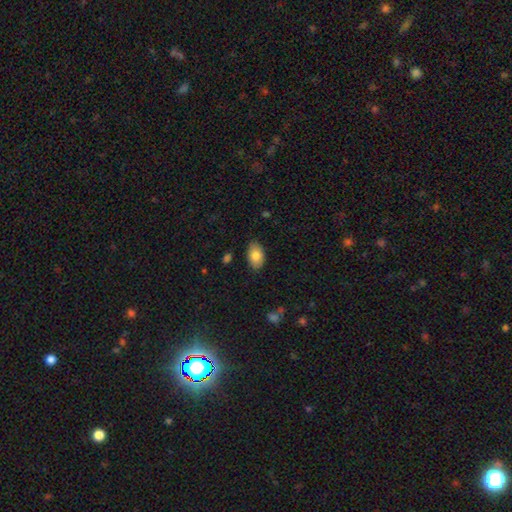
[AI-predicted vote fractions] smooth 82%, featured or disk 11%, star or artifact 7%. Down the decision tree: how rounded — in between (91%); merging — none (85%).